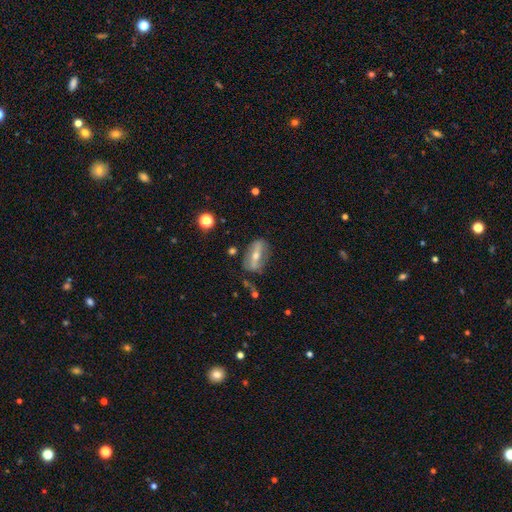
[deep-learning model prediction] Smooth or featured?
  - featured or disk: 67% *
  - smooth: 24%
  - star or artifact: 9%
Edge-on disk?
  - no: 72% *
  - yes: 28%
Merging?
  - none: 69% *
  - minor disturbance: 20%
  - major disturbance: 9%
  - merger: 3%